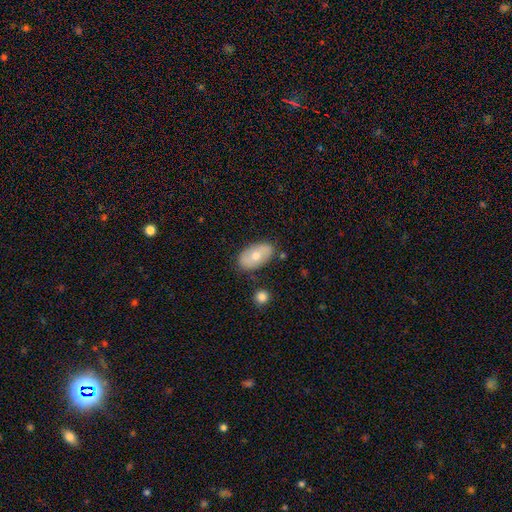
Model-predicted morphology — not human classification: smooth-or-featured: smooth: 55% | featured or disk: 38% | star or artifact: 7%
  how-rounded: in between: 92% | round: 6% | cigar-shaped: 2%
  merging: none: 79% | minor disturbance: 15% | merger: 3% | major disturbance: 3%